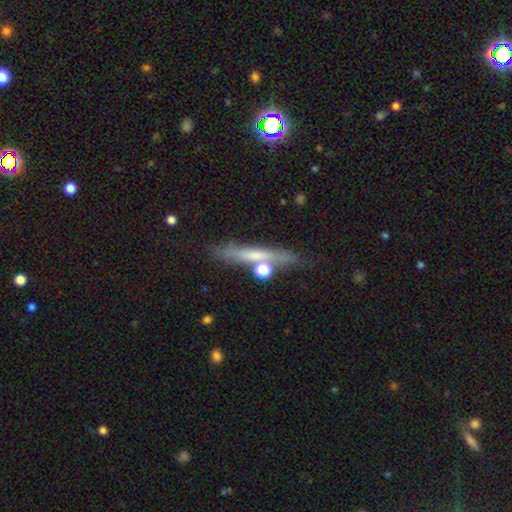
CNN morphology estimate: Smooth or featured: smooth — 51% (featured or disk — 40%)
How rounded: cigar-shaped — 83% (in between — 10%)
Merging: none — 69% (minor disturbance — 16%)